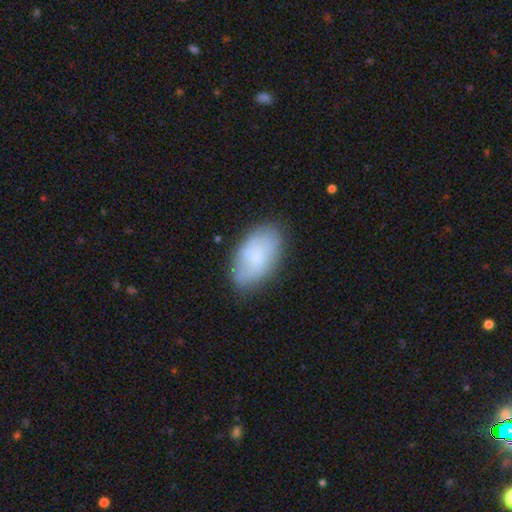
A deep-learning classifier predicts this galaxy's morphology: smooth_or_featured: smooth (p=0.75) [alt: featured or disk p=0.18]
how_rounded: in between (p=0.94) [alt: round p=0.04]
merging: none (p=0.80) [alt: minor disturbance p=0.15]